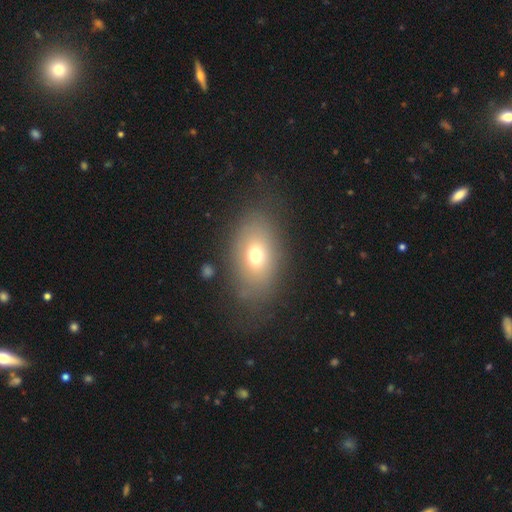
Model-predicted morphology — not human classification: Q: Smooth or featured?
A: smooth (68%); runner-up: featured or disk (20%)
Q: How rounded?
A: in between (83%); runner-up: round (15%)
Q: Merging?
A: none (73%); runner-up: minor disturbance (16%)